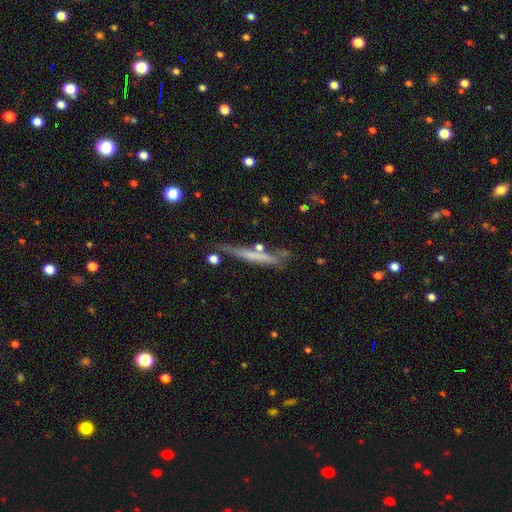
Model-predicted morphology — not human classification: Smooth or featured? Predicted: featured or disk (p=0.47). Merging? Predicted: none (p=0.67).